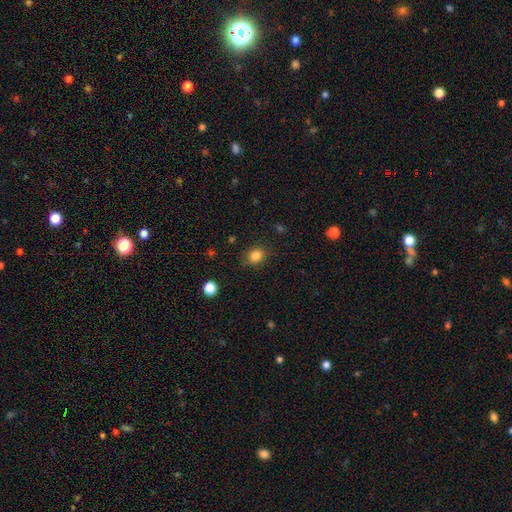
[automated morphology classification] smooth_or_featured: smooth (p=0.84) [alt: star or artifact p=0.11]
how_rounded: round (p=0.57) [alt: in between p=0.42]
merging: none (p=0.82) [alt: minor disturbance p=0.13]